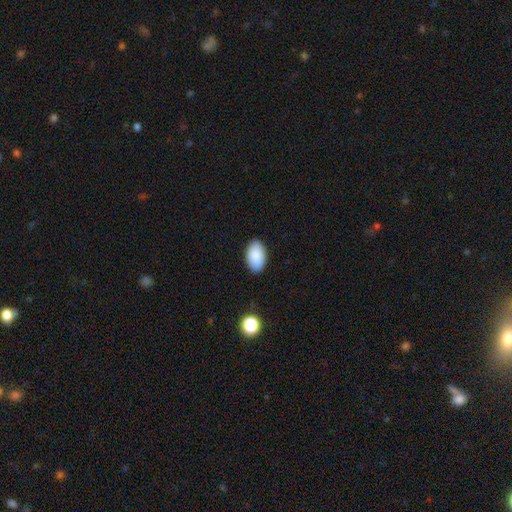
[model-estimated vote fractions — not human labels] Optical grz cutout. It shows a smooth galaxy with no disk features (89%) that is in between round and cigar-shaped (94%). Merging: none (89%).